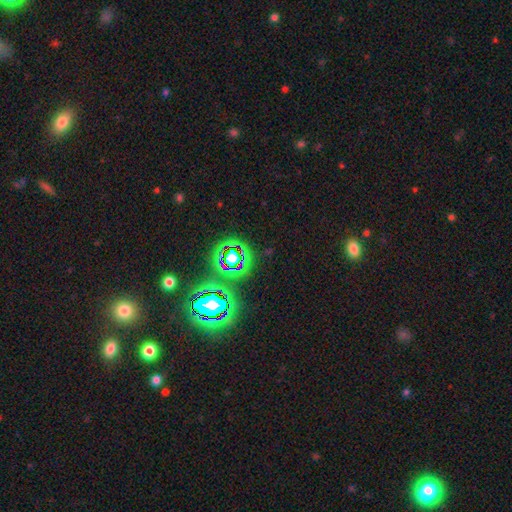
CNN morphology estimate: A star or artifact, not a galaxy (76%).

Vote fractions:
- Smooth or featured? star or artifact: 76% / smooth: 15% / featured or disk: 9%